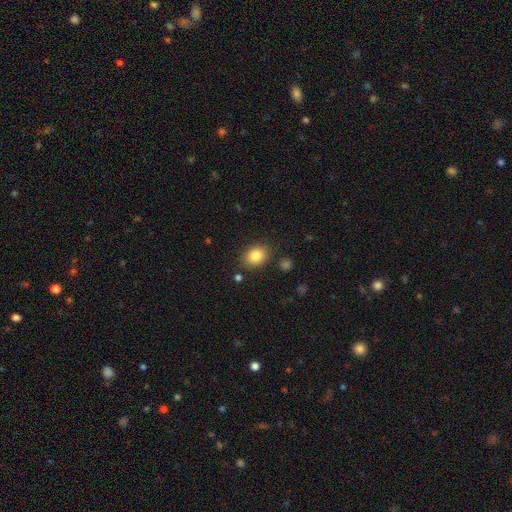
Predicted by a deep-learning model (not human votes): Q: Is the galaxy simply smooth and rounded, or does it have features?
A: smooth — 85%.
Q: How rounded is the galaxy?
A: in between — 61%.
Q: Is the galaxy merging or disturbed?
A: none — 82%.